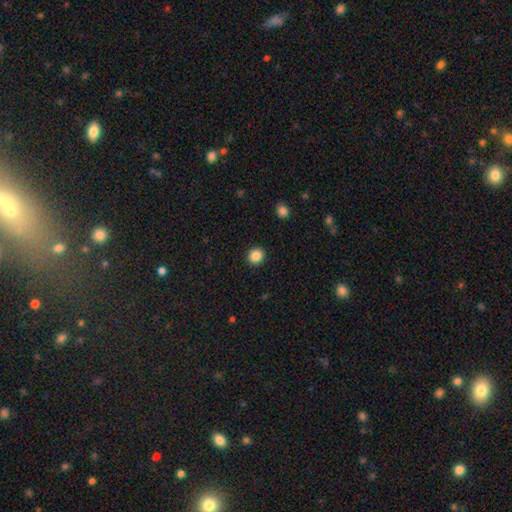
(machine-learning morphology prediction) Overall: smooth (86%). How rounded: round (86%). Merging: none (92%).